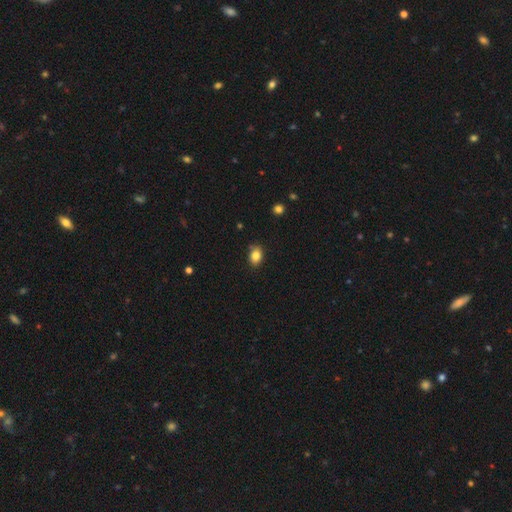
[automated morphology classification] A smooth galaxy with no disk features (84%) that is in between round and cigar-shaped (69%).

Vote fractions:
- Smooth or featured? smooth: 84% / star or artifact: 10% / featured or disk: 6%
- How rounded? in between: 69% / round: 30% / cigar-shaped: 1%
- Merging? none: 80% / minor disturbance: 16% / major disturbance: 3% / merger: 1%